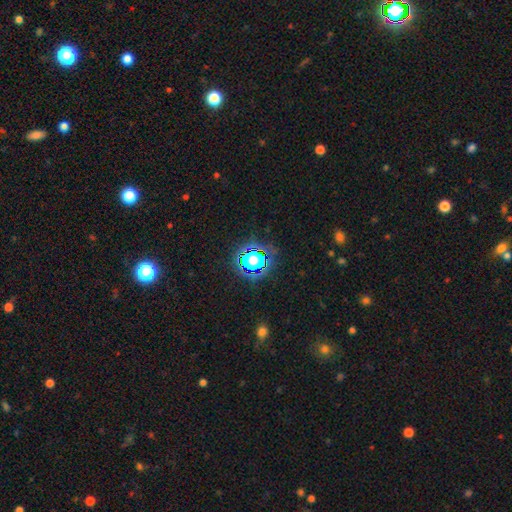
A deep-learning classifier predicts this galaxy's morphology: Overall: star or artifact (55%; smooth 33%).